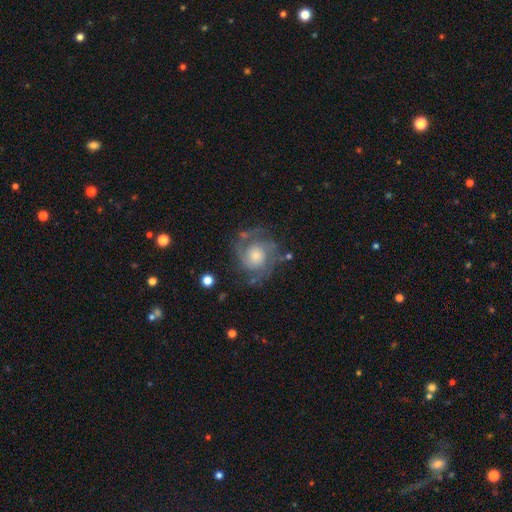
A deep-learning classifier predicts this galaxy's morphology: This appears to be a featured or disk galaxy (83%) with no bar (75%), 2 (50%) tight (46%) spiral arms (95%) and a small central bulge (47%). Merging: none (71%).